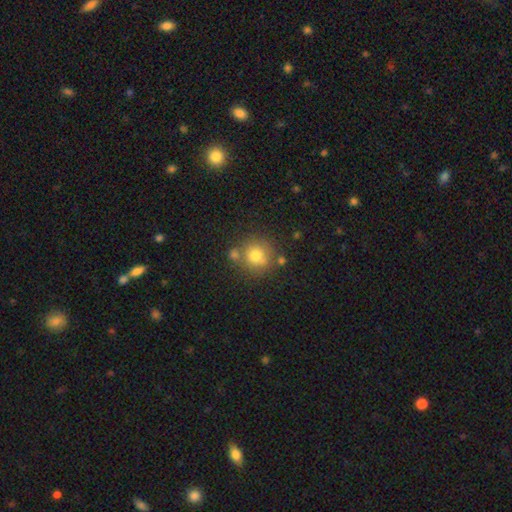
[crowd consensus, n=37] This appears to be a smooth galaxy with no disk features (78%) that is round (97%). Merging: none (63%).